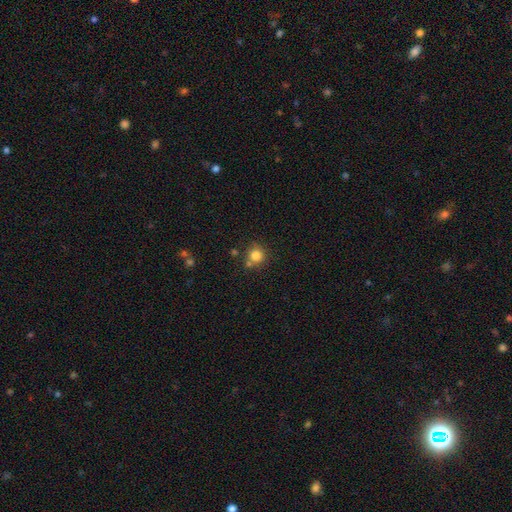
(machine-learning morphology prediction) The model was most divided on "merging": none: 68%, merger: 16%, minor disturbance: 12%, major disturbance: 4%. More confident: how rounded — round (90%); smooth or featured — smooth (82%).